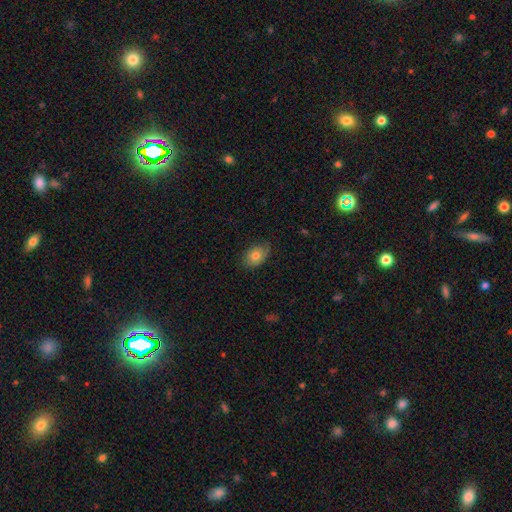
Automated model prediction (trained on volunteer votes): Smooth or featured? Predicted: smooth (p=0.73). How rounded? Predicted: in between (p=0.77). Merging? Predicted: none (p=0.72).